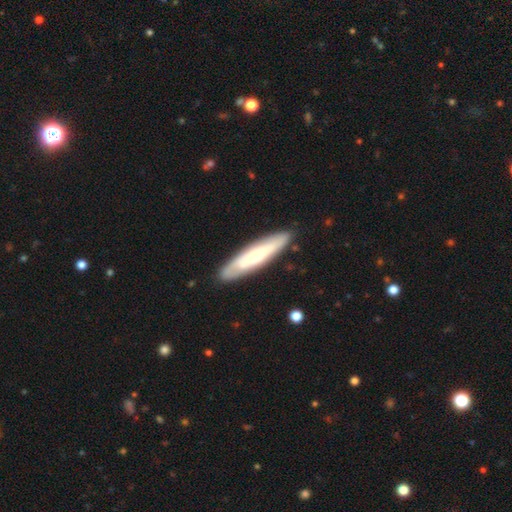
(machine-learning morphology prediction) A featured or disk galaxy (49%).

Vote fractions:
- Smooth or featured? featured or disk: 49% / smooth: 46% / star or artifact: 5%
- Merging? none: 87% / minor disturbance: 10% / major disturbance: 2% / merger: 1%